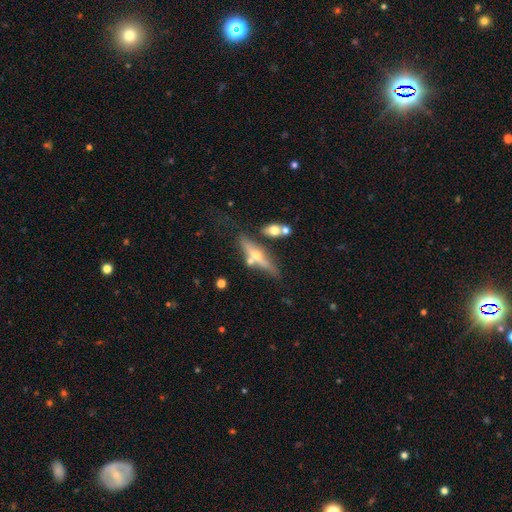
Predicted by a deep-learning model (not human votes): featured or disk 61%, smooth 31%, star or artifact 7%. Down the decision tree: edge-on disk — yes (87%); edge-on bulge — rounded (89%); merging — none (59%).